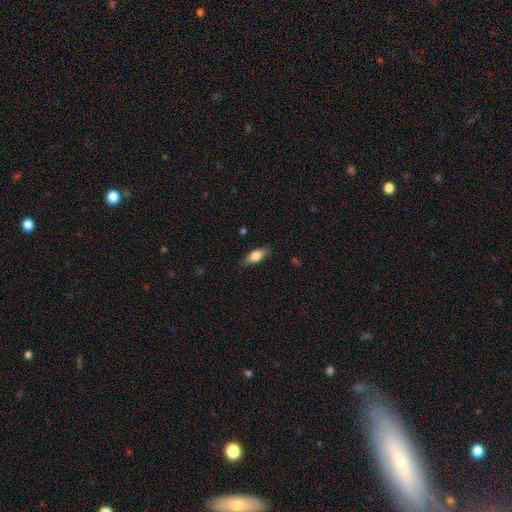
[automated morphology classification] smooth_or_featured: smooth (p=0.76) [alt: featured or disk p=0.18]
how_rounded: in between (p=0.79) [alt: cigar-shaped p=0.18]
merging: none (p=0.80) [alt: minor disturbance p=0.15]